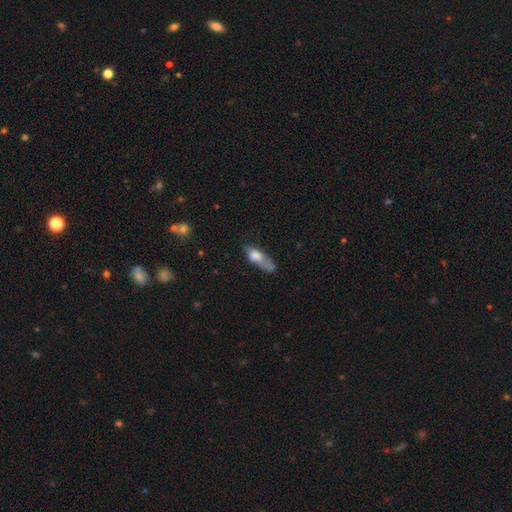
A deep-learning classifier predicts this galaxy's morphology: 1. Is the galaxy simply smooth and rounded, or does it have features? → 66% smooth, 25% featured or disk, 9% star or artifact.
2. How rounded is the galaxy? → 62% in between, 33% cigar-shaped, 5% round.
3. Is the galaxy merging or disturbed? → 30% major disturbance, 28% minor disturbance, 26% none, 16% merger.